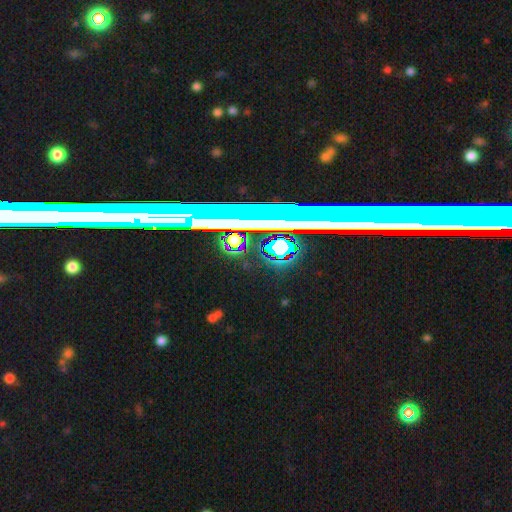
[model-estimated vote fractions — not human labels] smooth_or_featured: star or artifact (p=0.59) [alt: featured or disk p=0.27]